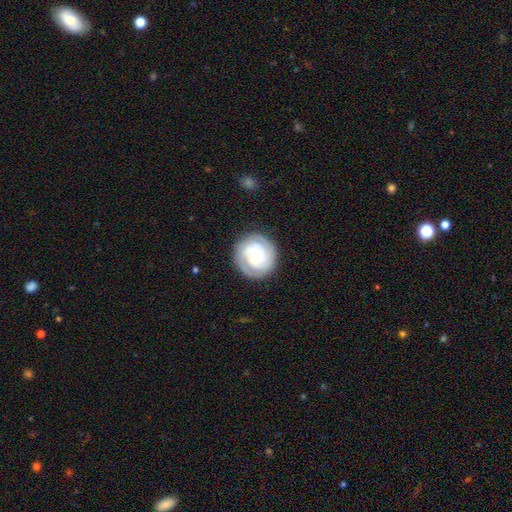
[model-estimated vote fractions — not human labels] Smooth or featured?
  - featured or disk: 78% *
  - smooth: 16%
  - star or artifact: 6%
Edge-on disk?
  - no: 98% *
  - yes: 2%
Bar?
  - no: 59% *
  - weak: 32%
  - strong: 8%
Spiral arms?
  - yes: 95% *
  - no: 5%
Spiral winding?
  - tight: 76% *
  - medium: 20%
  - loose: 4%
Spiral arm count?
  - 2: 30% *
  - 3: 28%
  - can't tell: 24%
  - 4: 8%
  - 1: 5%
  - more than 4: 5%
Bulge size?
  - small: 58% *
  - moderate: 35%
  - large: 4%
  - none: 2%
  - dominant: 1%
Merging?
  - none: 85% *
  - minor disturbance: 11%
  - major disturbance: 4%
  - merger: 1%